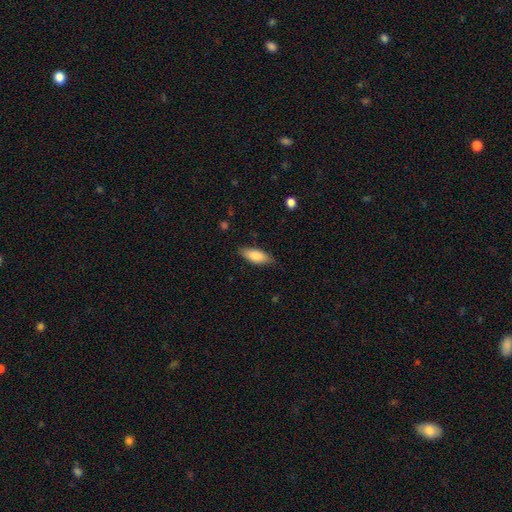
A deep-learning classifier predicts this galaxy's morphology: smooth-or-featured: smooth: 84% | featured or disk: 10% | star or artifact: 6%
  how-rounded: in between: 79% | cigar-shaped: 20% | round: 2%
  merging: none: 80% | minor disturbance: 16% | major disturbance: 3% | merger: 1%